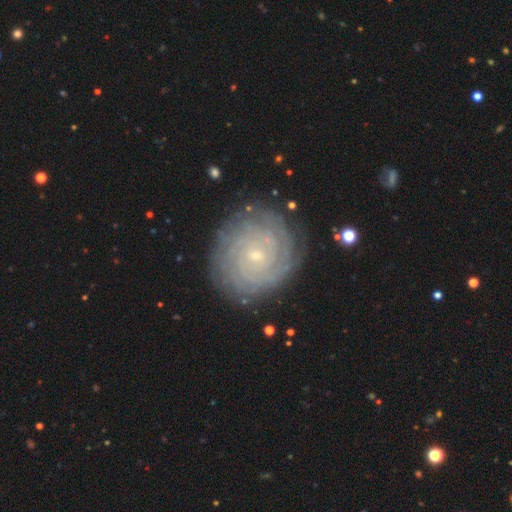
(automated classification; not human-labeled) smooth-or-featured: featured or disk: 83% | smooth: 10% | star or artifact: 7%
  disk-edge-on: no: 98% | yes: 2%
    bar: no: 72% | weak: 22% | strong: 6%
    has-spiral-arms: yes: 97% | no: 3%
      spiral-winding: tight: 88% | medium: 10% | loose: 2%
      spiral-arm-count: can't tell: 33% | 4: 18% | 2: 14% | more than 4: 14% | 3: 14% | 1: 8%
    bulge-size: small: 85% | moderate: 12% | none: 2% | large: 1% | dominant: 1%
  merging: none: 85% | minor disturbance: 11% | major disturbance: 3% | merger: 1%